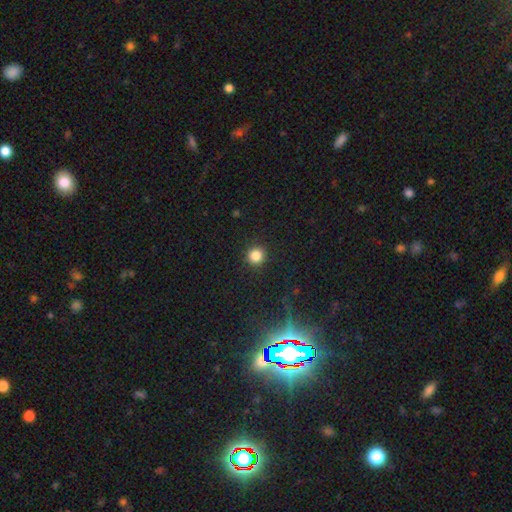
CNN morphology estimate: Smooth or featured? Predicted: smooth (p=0.84). How rounded? Predicted: round (p=0.94). Merging? Predicted: none (p=0.92).